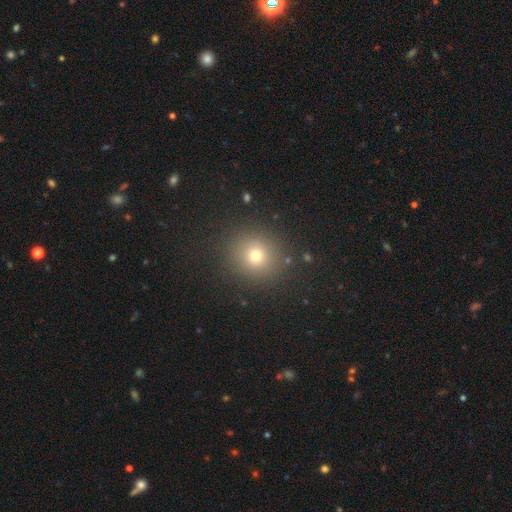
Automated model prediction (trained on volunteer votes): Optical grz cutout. It shows a smooth galaxy with no disk features (70%) that is round (90%). Merging: none (89%).